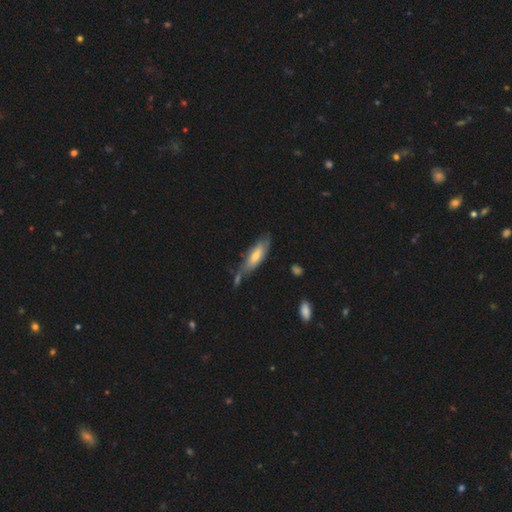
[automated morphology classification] This is possibly a smooth galaxy (57%). How rounded: possibly cigar-shaped (51%). Merging: possibly none (53%).